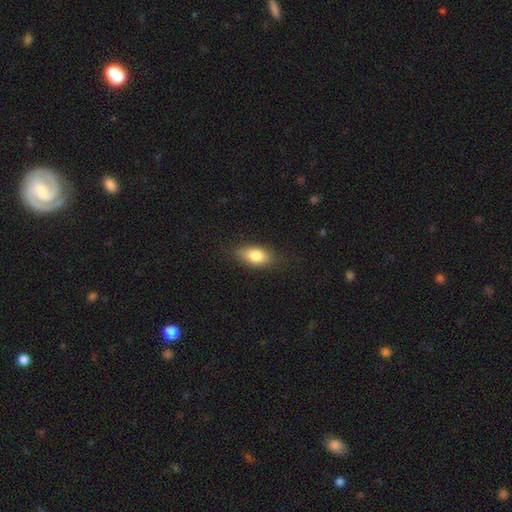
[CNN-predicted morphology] Smooth or featured? Predicted: smooth (p=0.81). How rounded? Predicted: in between (p=0.87). Merging? Predicted: none (p=0.81).